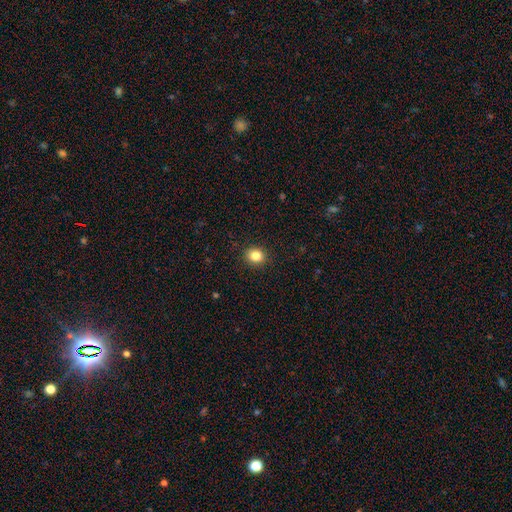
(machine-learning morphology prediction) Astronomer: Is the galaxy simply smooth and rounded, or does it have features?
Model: smooth — 84%.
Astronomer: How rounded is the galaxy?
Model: round — 80%.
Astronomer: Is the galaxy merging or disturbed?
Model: none — 92%.